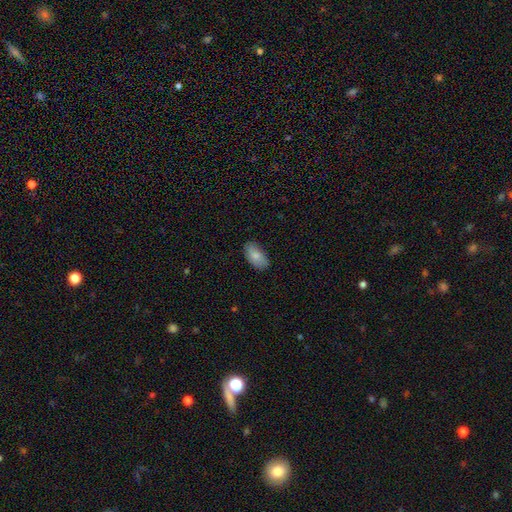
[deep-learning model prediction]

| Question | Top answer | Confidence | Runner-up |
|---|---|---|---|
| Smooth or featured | smooth | 83% | featured or disk (11%) |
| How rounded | in between | 94% | cigar-shaped (3%) |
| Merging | none | 81% | minor disturbance (15%) |